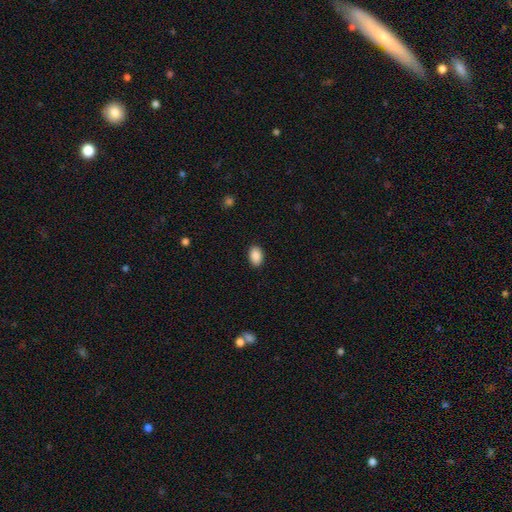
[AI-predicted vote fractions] The model was most divided on "how rounded": in between: 87%, round: 12%, cigar-shaped: 1%. More confident: smooth or featured — smooth (90%); merging — none (89%).